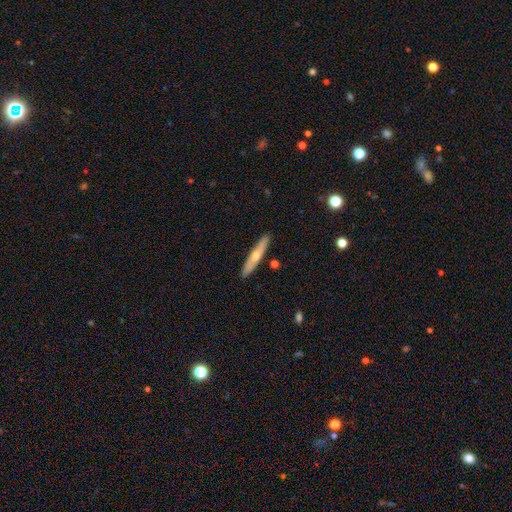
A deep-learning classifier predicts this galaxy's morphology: This is possibly a featured or disk galaxy (48%). Merging: clearly none (90%).